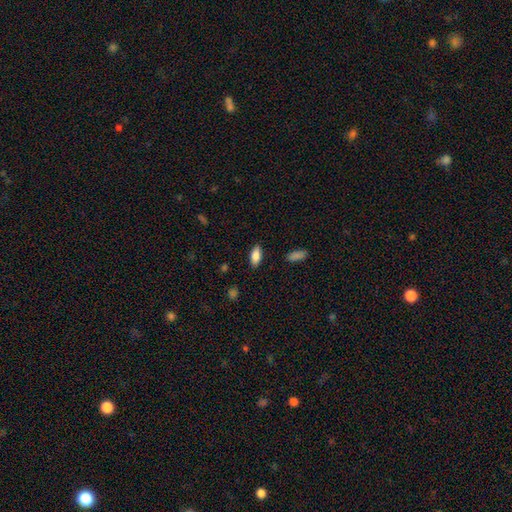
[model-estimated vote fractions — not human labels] Smooth or featured?
  - smooth: 83% *
  - featured or disk: 9%
  - star or artifact: 7%
How rounded?
  - in between: 89% *
  - cigar-shaped: 9%
  - round: 3%
Merging?
  - none: 86% *
  - minor disturbance: 11%
  - major disturbance: 2%
  - merger: 1%